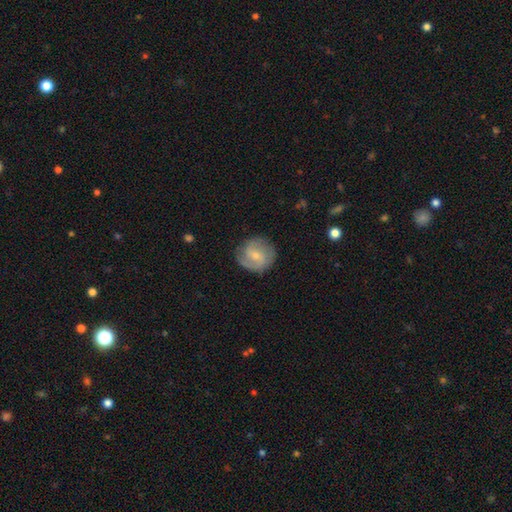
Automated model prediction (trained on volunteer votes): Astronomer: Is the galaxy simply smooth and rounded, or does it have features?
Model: featured or disk — 59% (runner-up: smooth, 35%).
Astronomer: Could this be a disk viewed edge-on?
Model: no — 97%.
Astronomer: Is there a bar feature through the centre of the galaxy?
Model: weak — 50% (runner-up: no, 38%).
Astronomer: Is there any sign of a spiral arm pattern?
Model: yes — 86%.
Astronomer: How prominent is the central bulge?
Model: small — 61%.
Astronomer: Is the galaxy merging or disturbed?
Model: none — 78%.